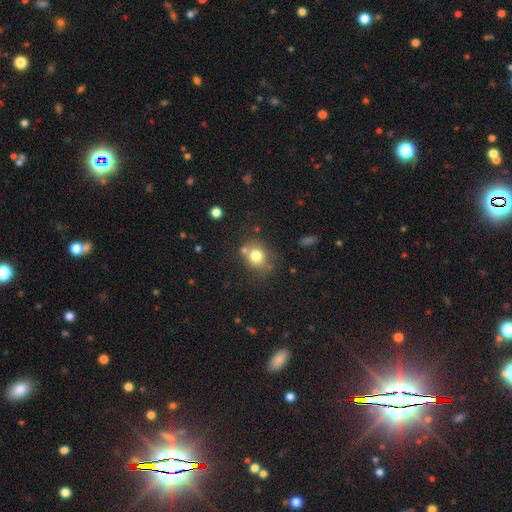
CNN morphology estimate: Smooth or featured? smooth (77%)
How rounded? round (74%)
Merging? none (66%)